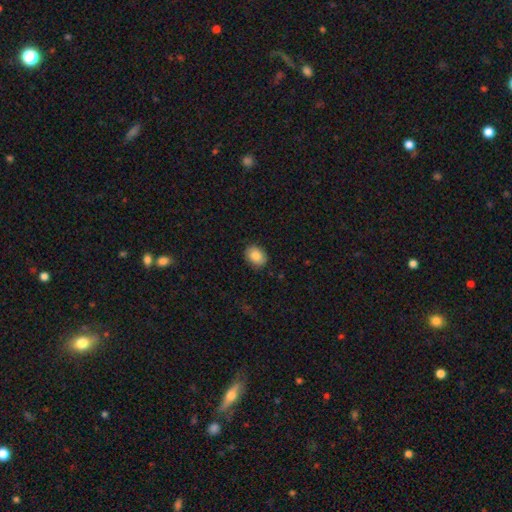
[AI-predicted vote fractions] Q: Smooth or featured?
A: smooth (84%); runner-up: star or artifact (8%)
Q: How rounded?
A: in between (63%); runner-up: round (36%)
Q: Merging?
A: none (87%); runner-up: minor disturbance (10%)